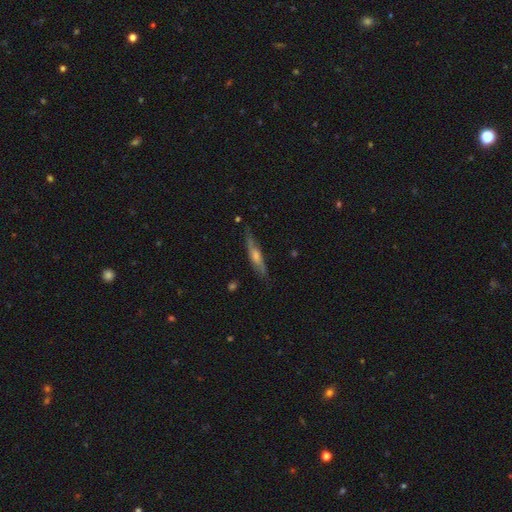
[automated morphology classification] A featured or disk galaxy (60%) viewed edge-on (85%) with a rounded central bulge (75%).

Vote fractions:
- Smooth or featured? featured or disk: 60% / smooth: 33% / star or artifact: 7%
- Edge-on disk? yes: 85% / no: 15%
- Edge-on bulge? rounded: 75% / none: 14% / boxy: 11%
- Merging? none: 76% / minor disturbance: 18% / major disturbance: 4% / merger: 2%